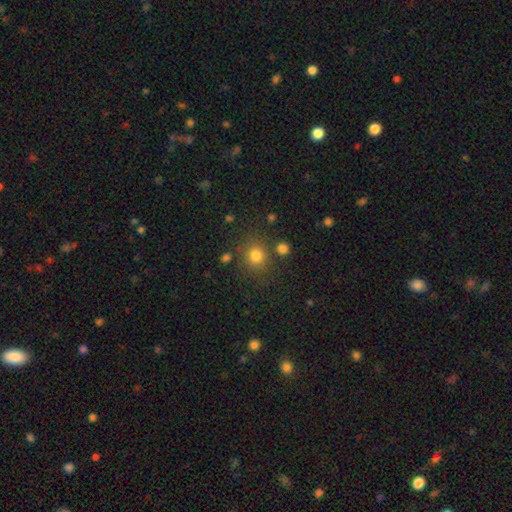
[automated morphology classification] smooth-or-featured: smooth: 80% | star or artifact: 14% | featured or disk: 6%
  how-rounded: round: 82% | in between: 17% | cigar-shaped: 1%
  merging: none: 78% | minor disturbance: 10% | merger: 8% | major disturbance: 4%